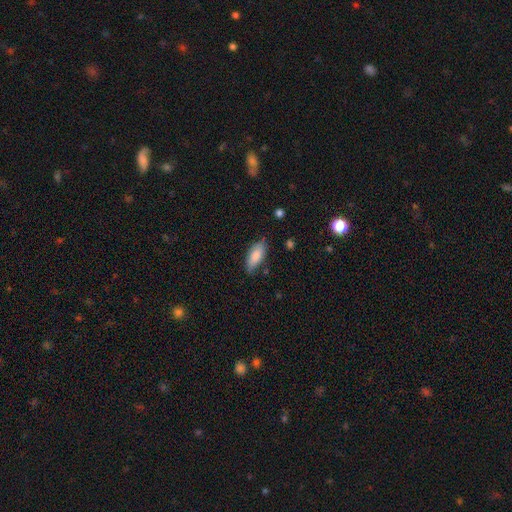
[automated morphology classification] smooth_or_featured: smooth (p=0.84) [alt: featured or disk p=0.10]
how_rounded: in between (p=0.82) [alt: cigar-shaped p=0.16]
merging: none (p=0.76) [alt: minor disturbance p=0.18]